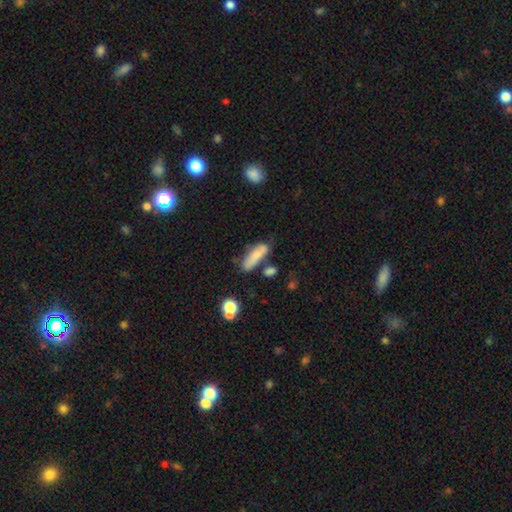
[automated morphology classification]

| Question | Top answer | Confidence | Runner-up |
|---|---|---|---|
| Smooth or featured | smooth | 73% | featured or disk (18%) |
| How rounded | in between | 54% | cigar-shaped (43%) |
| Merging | none | 54% | minor disturbance (24%) |